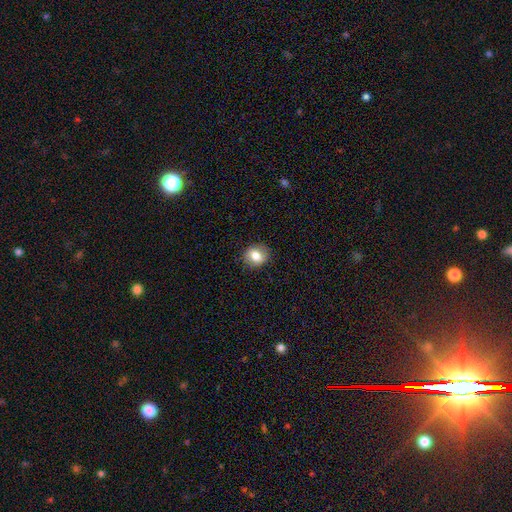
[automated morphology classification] A smooth galaxy with no disk features (77%) that is round (69%).

Vote fractions:
- Smooth or featured? smooth: 77% / featured or disk: 14% / star or artifact: 9%
- How rounded? round: 69% / in between: 30% / cigar-shaped: 1%
- Merging? none: 86% / minor disturbance: 11% / major disturbance: 3% / merger: 1%